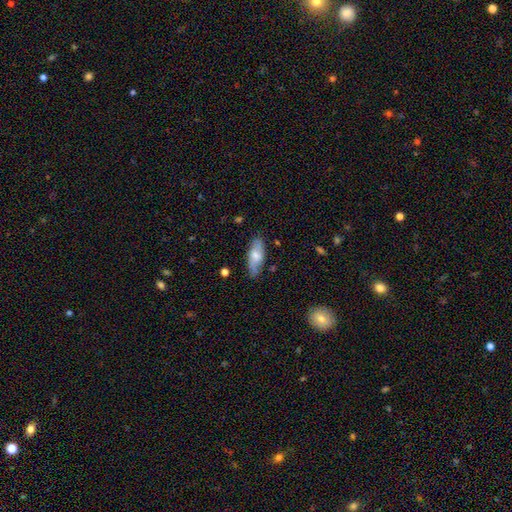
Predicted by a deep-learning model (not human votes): This is possibly a smooth galaxy (57%). How rounded: likely in between (75%). Merging: likely none (76%).